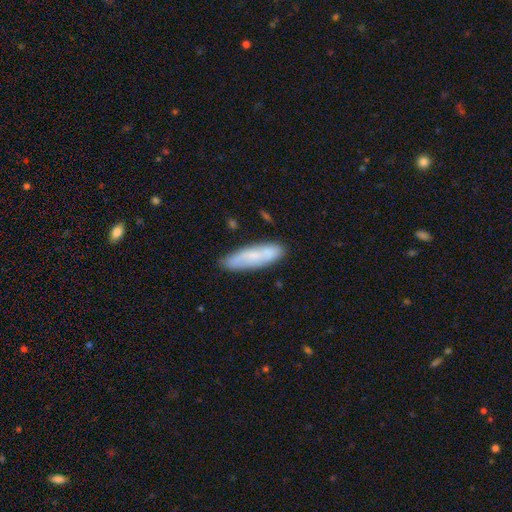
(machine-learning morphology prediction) Smooth or featured: smooth — 64% (featured or disk — 29%)
How rounded: cigar-shaped — 64% (in between — 34%)
Merging: none — 81% (minor disturbance — 13%)